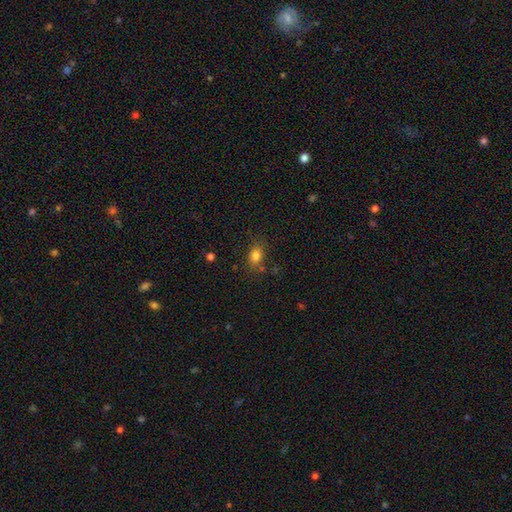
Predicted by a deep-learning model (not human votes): Smooth or featured: smooth — 81% (star or artifact — 12%)
How rounded: in between — 66% (round — 32%)
Merging: none — 76% (minor disturbance — 15%)